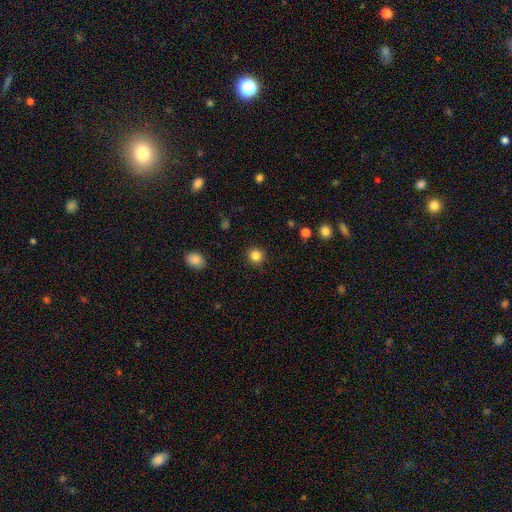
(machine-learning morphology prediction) type=smooth (84%); roundness=round (92%); merging=none (91%).